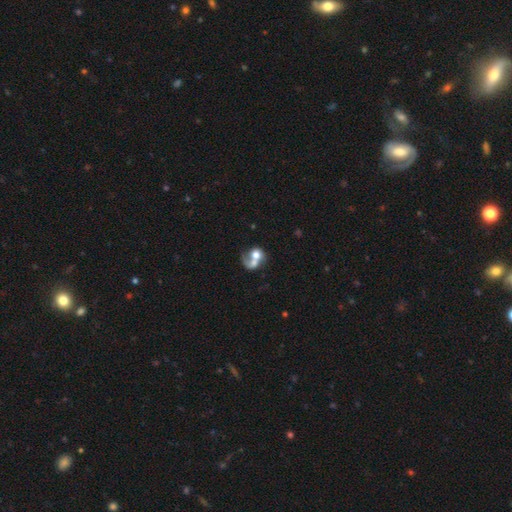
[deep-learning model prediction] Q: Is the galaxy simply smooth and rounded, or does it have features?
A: featured or disk — 46%.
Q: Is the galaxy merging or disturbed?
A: merger — 62%.